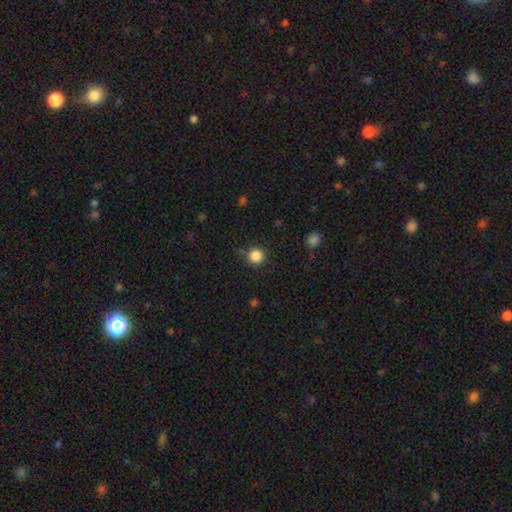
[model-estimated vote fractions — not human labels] This is clearly a smooth galaxy (85%). How rounded: clearly round (95%). Merging: clearly none (88%).